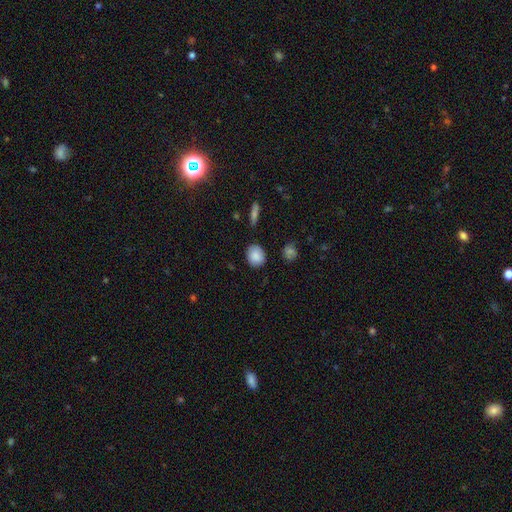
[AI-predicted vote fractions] Overall: smooth (87%). How rounded: round (56%; in between 42%). Merging: none (84%).